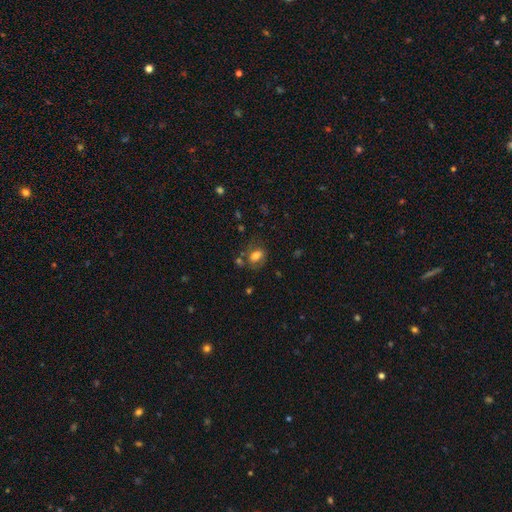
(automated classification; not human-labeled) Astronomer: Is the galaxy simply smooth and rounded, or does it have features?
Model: smooth — 70%.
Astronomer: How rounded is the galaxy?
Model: in between — 76%.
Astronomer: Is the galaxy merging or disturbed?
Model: none — 60%.